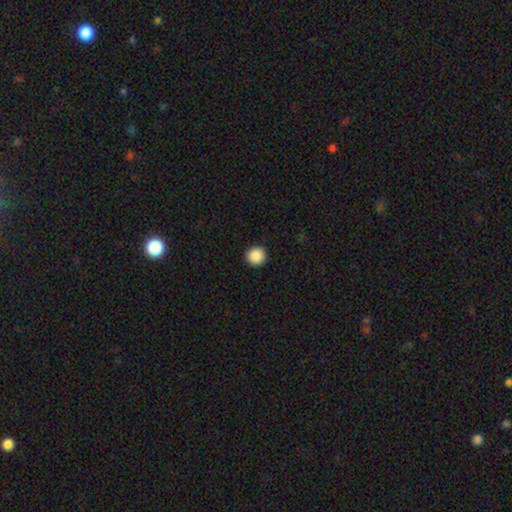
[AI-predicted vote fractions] Morphology: type=smooth (88%); roundness=round (95%); merging=none (93%).